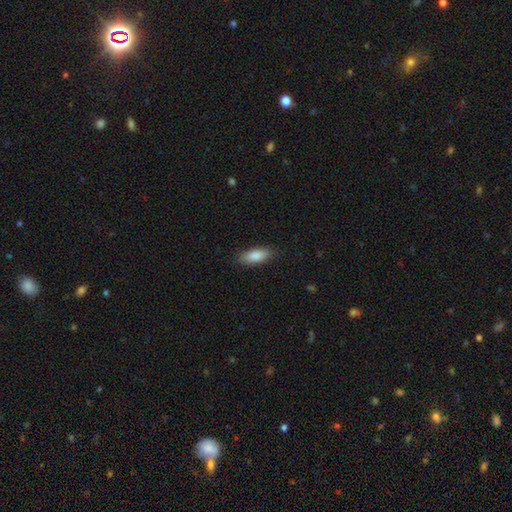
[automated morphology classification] The model was most divided on "how rounded": in between: 77%, cigar-shaped: 21%, round: 2%. More confident: smooth or featured — smooth (87%); merging — none (86%).